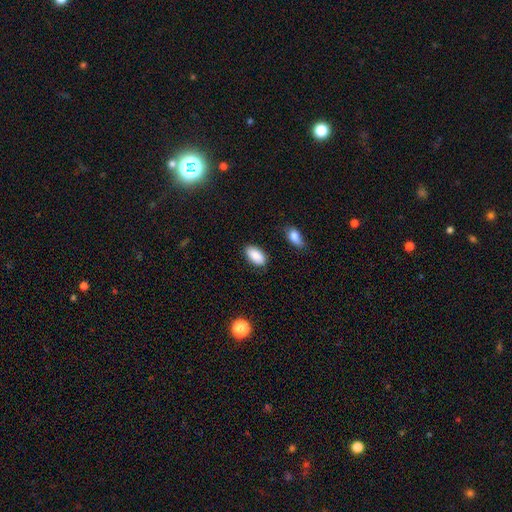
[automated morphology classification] A smooth galaxy with no disk features (89%) that is in between round and cigar-shaped (94%).

Vote fractions:
- Smooth or featured? smooth: 89% / star or artifact: 7% / featured or disk: 4%
- How rounded? in between: 94% / round: 3% / cigar-shaped: 3%
- Merging? none: 83% / minor disturbance: 12% / major disturbance: 3% / merger: 2%